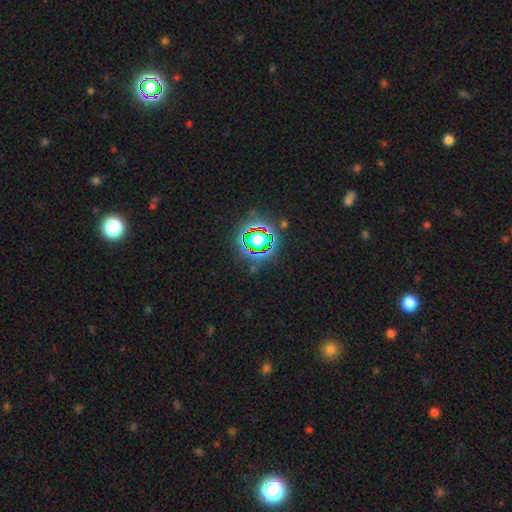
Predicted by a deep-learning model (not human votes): smooth_or_featured: star or artifact (p=0.80) [alt: smooth p=0.13]